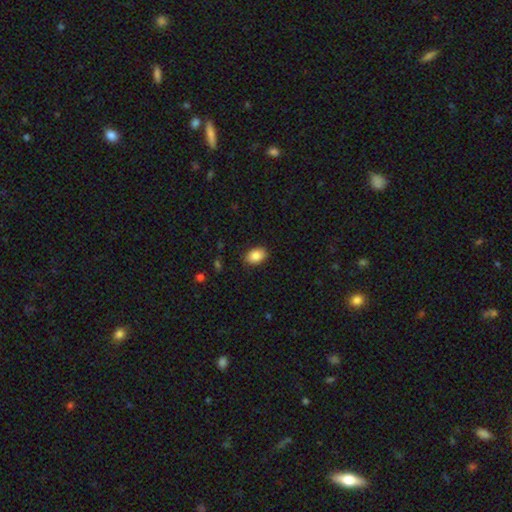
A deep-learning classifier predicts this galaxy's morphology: Overall: smooth (86%). How rounded: in between (82%). Merging: none (88%).